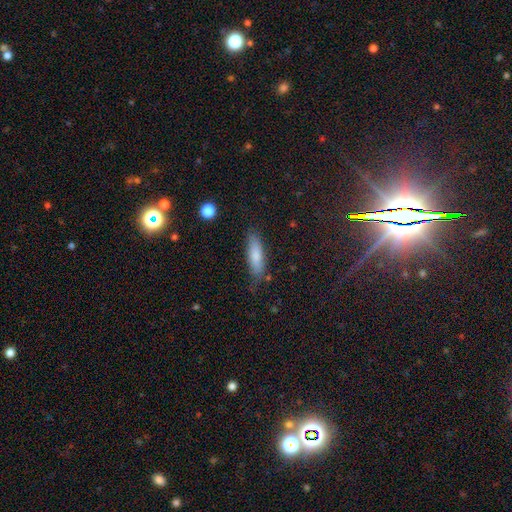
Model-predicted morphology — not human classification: The model was most divided on "how rounded": cigar-shaped: 56%, in between: 42%, round: 2%. More confident: smooth or featured — smooth (79%); merging — none (76%).